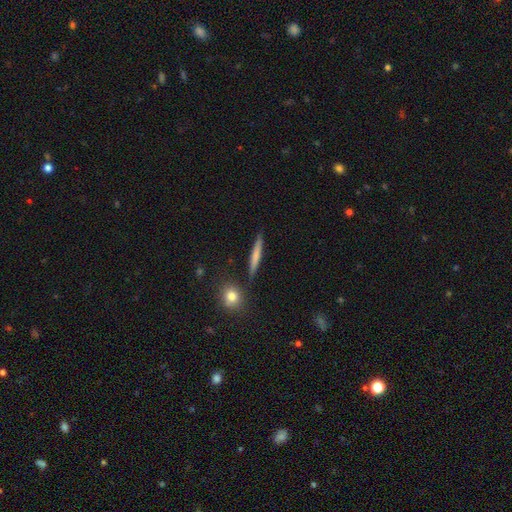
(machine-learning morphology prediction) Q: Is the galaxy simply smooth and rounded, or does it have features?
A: smooth — 63%.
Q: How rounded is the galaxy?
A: cigar-shaped — 91%.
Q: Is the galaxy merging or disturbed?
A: none — 86%.